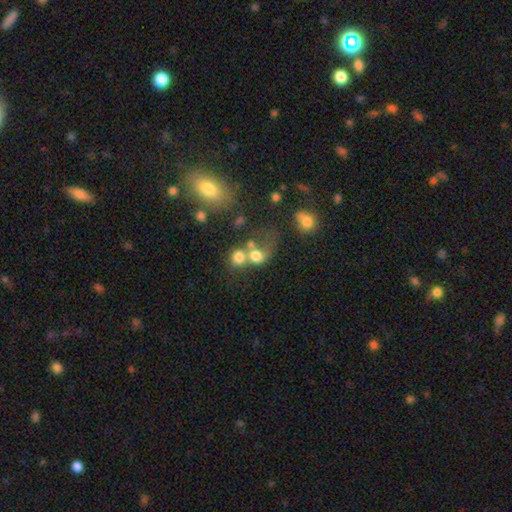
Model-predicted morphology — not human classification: Overall: smooth (69%). How rounded: round (67%; in between 32%). Merging: merger (56%; none 23%).